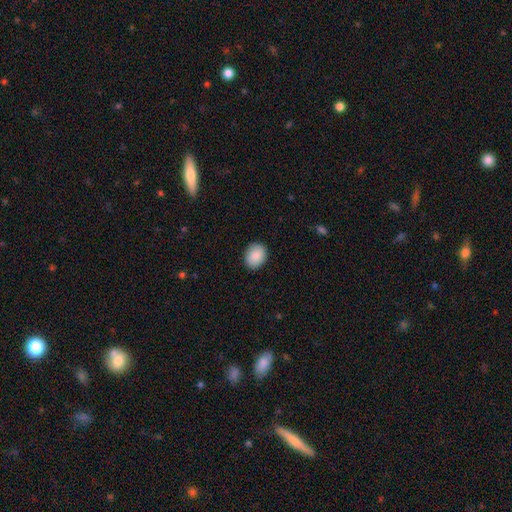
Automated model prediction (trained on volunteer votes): Morphology: type=smooth (89%); roundness=in between (50%); merging=none (89%).